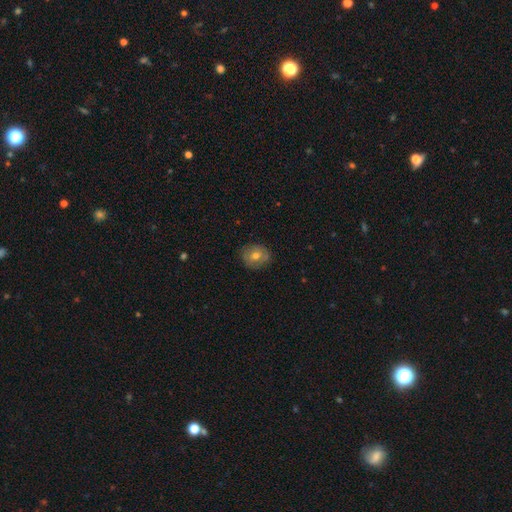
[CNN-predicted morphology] This appears to be a smooth galaxy with no disk features (64%) that is round (70%). Merging: none (83%).